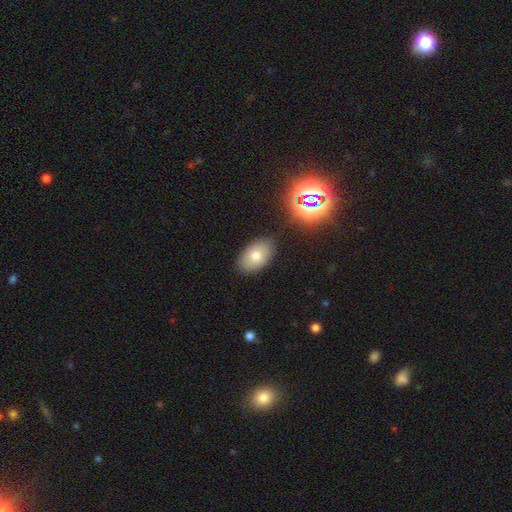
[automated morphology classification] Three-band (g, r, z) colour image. It shows a smooth galaxy with no disk features (75%) that is in between round and cigar-shaped (91%). Merging: none (86%).